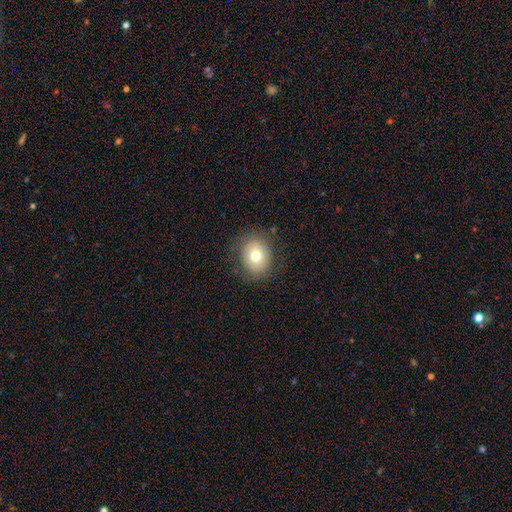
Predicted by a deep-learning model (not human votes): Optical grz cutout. It shows a smooth galaxy with no disk features (72%) that is round (61%). Merging: none (80%).